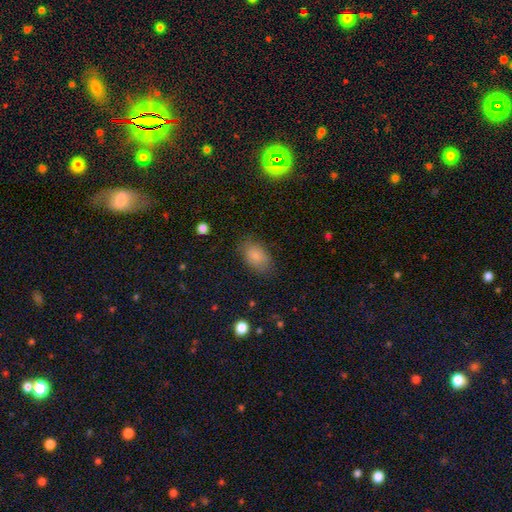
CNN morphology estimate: A smooth galaxy with no disk features (84%) that is in between round and cigar-shaped (87%).

Vote fractions:
- Smooth or featured? smooth: 84% / star or artifact: 9% / featured or disk: 8%
- How rounded? in between: 87% / round: 11% / cigar-shaped: 1%
- Merging? none: 76% / minor disturbance: 17% / major disturbance: 6% / merger: 1%